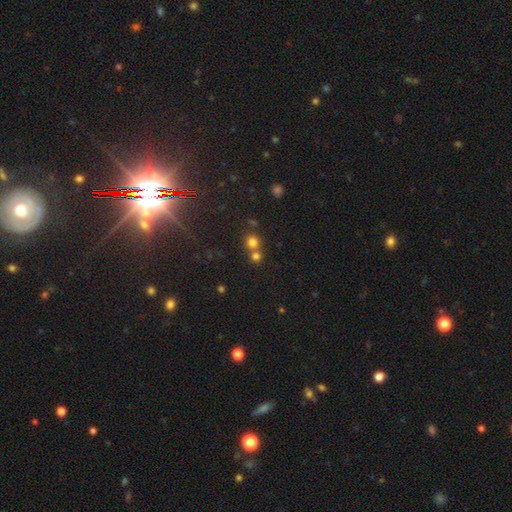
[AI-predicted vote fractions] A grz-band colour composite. It shows a star or artifact, not a galaxy (57%).